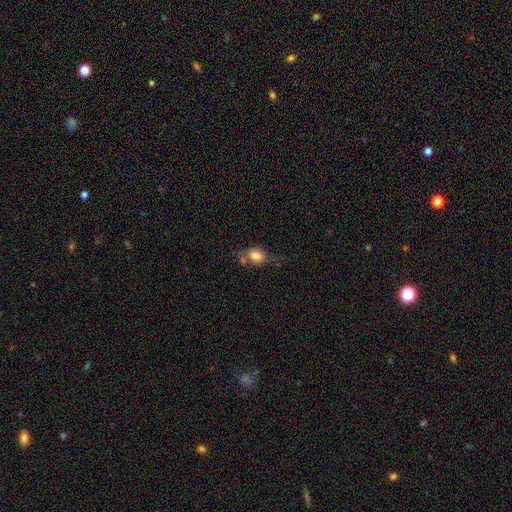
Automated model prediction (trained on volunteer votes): smooth 73%, featured or disk 17%, star or artifact 9%. Down the decision tree: how rounded — in between (63%); merging — none (45%).